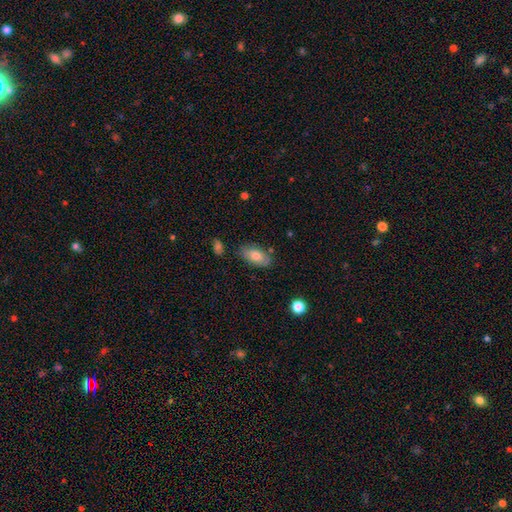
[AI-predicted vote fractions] A smooth galaxy with no disk features (72%) that is in between round and cigar-shaped (93%). Merging: none (76%).